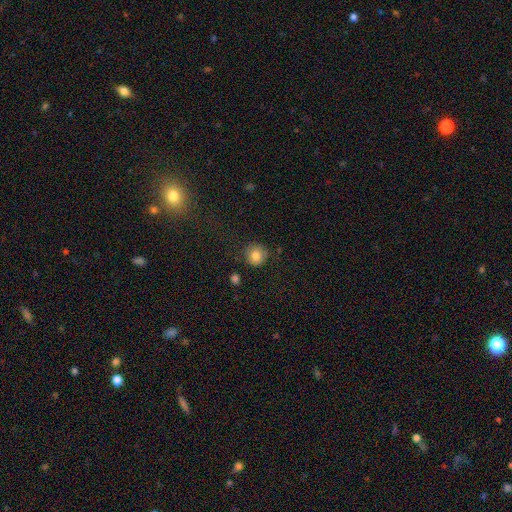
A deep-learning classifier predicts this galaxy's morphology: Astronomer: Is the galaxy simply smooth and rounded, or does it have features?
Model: smooth — 83%.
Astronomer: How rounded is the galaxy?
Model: round — 91%.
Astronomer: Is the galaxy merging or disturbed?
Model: none — 81%.